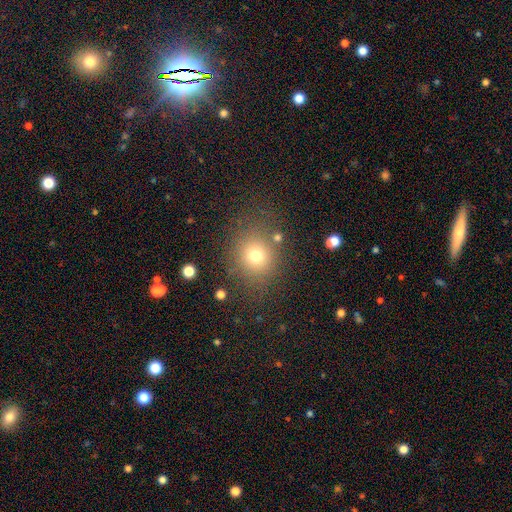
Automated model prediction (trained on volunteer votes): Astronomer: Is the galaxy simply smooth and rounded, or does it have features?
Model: smooth — 72%.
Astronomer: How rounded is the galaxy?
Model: round — 77%.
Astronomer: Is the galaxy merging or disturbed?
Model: none — 78%.